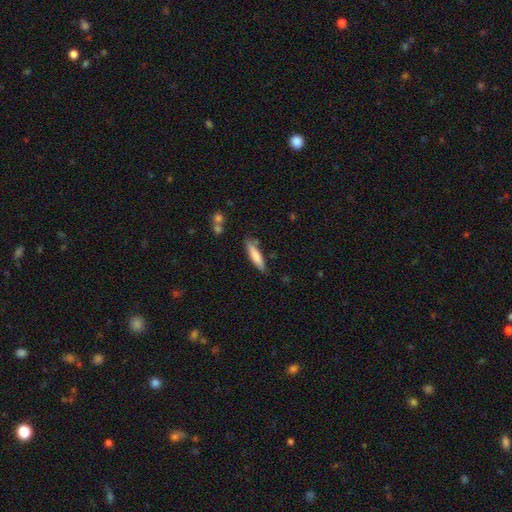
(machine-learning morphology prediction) smooth-or-featured: smooth: 76% | featured or disk: 18% | star or artifact: 6%
  how-rounded: cigar-shaped: 81% | in between: 18% | round: 1%
  merging: none: 79% | minor disturbance: 15% | merger: 4% | major disturbance: 3%